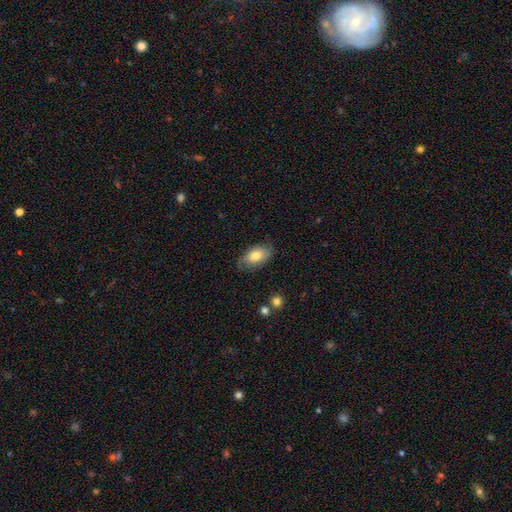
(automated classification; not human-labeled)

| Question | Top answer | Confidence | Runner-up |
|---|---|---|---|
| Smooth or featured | smooth | 74% | featured or disk (19%) |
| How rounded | in between | 93% | round (5%) |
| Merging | none | 75% | minor disturbance (19%) |